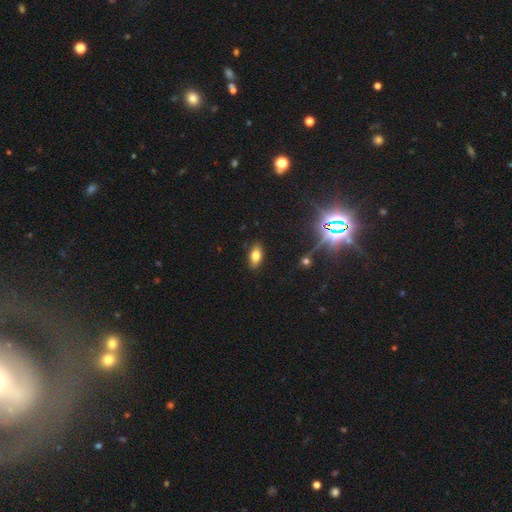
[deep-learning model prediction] Q: Smooth or featured?
A: smooth (74%); runner-up: featured or disk (14%)
Q: How rounded?
A: in between (88%); runner-up: cigar-shaped (8%)
Q: Merging?
A: none (88%); runner-up: minor disturbance (9%)